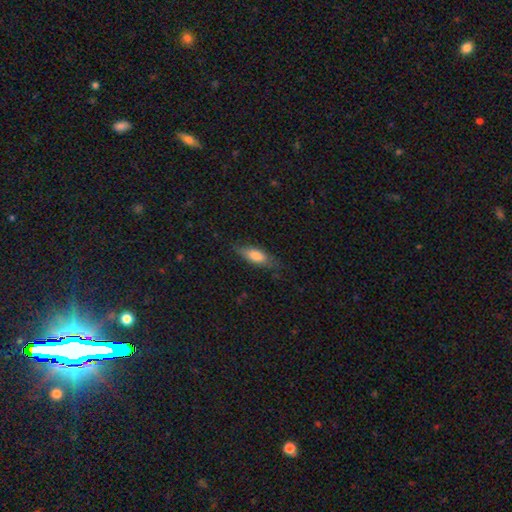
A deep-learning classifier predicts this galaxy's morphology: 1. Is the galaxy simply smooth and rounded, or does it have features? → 73% smooth, 21% featured or disk, 6% star or artifact.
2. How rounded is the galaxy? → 65% in between, 33% cigar-shaped, 2% round.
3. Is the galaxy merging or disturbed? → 71% none, 22% minor disturbance, 6% major disturbance, 1% merger.